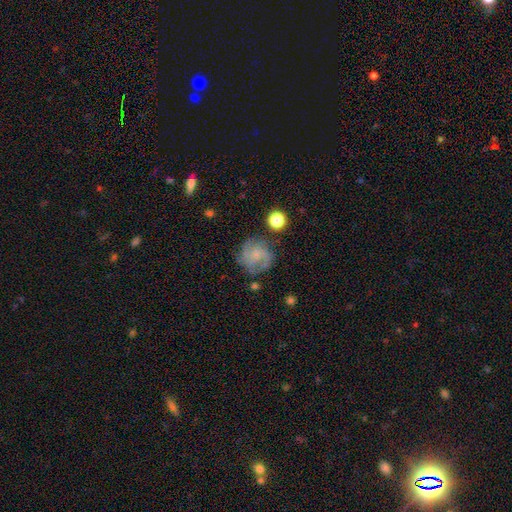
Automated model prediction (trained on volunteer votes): The model was most divided on "spiral winding": medium: 44%, tight: 39%, loose: 16%. Remaining: edge-on disk — no (98%); spiral arms — yes (90%); merging — none (72%); bar — no (68%); smooth or featured — featured or disk (65%); bulge size — small (48%); spiral arm count — 2 (40%).